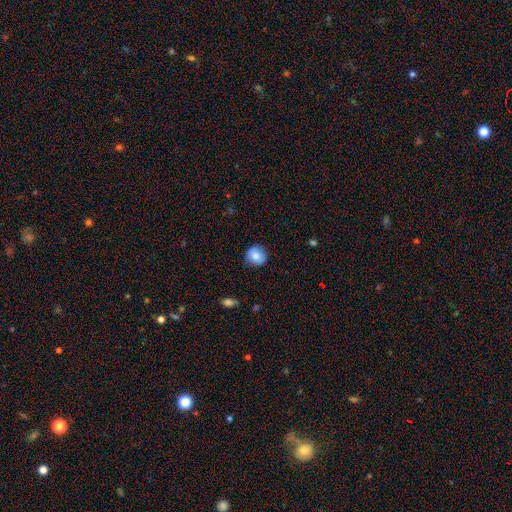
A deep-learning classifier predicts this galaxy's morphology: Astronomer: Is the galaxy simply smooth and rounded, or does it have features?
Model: smooth — 77%.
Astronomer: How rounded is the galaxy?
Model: round — 85%.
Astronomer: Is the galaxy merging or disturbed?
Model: none — 80%.